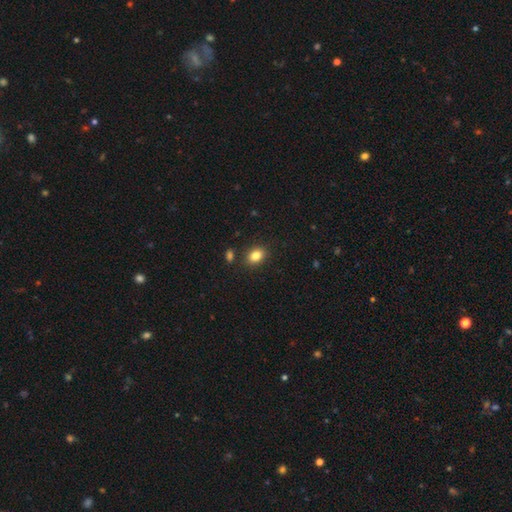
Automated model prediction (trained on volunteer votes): smooth_or_featured: smooth (p=0.84) [alt: star or artifact p=0.10]
how_rounded: in between (p=0.74) [alt: round p=0.24]
merging: none (p=0.85) [alt: minor disturbance p=0.09]